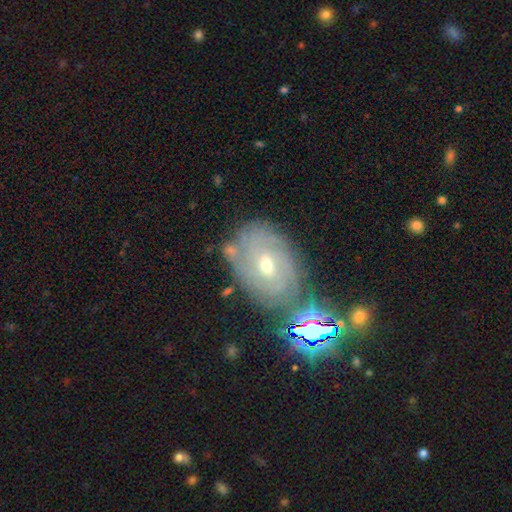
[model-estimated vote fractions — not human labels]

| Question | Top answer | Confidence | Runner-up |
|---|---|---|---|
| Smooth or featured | featured or disk | 73% | star or artifact (15%) |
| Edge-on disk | no | 96% | yes (4%) |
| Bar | no | 55% | weak (35%) |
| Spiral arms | yes | 91% | no (9%) |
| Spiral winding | tight | 75% | medium (19%) |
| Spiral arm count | can't tell | 42% | 2 (20%) |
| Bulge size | small | 52% | moderate (45%) |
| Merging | none | 72% | minor disturbance (16%) |